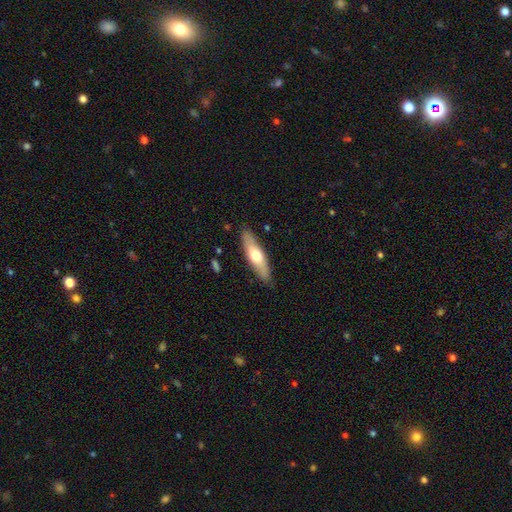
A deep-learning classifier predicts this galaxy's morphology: smooth-or-featured: smooth: 57% | featured or disk: 38% | star or artifact: 5%
  how-rounded: cigar-shaped: 63% | in between: 35% | round: 2%
  merging: none: 86% | minor disturbance: 11% | major disturbance: 2% | merger: 1%